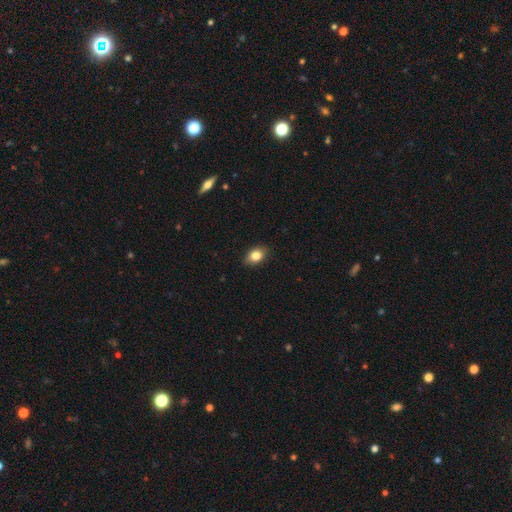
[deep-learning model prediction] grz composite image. It shows a smooth galaxy with no disk features (84%) that is in between round and cigar-shaped (76%). Merging: none (86%).